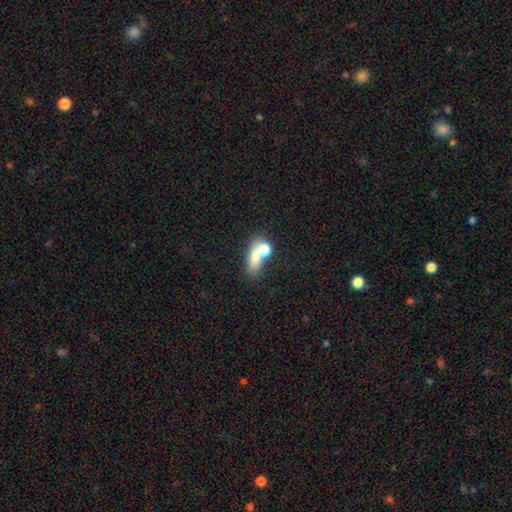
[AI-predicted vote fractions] Overall: smooth (66%). How rounded: in between (58%; round 29%). Merging: merger (49%; none 33%).